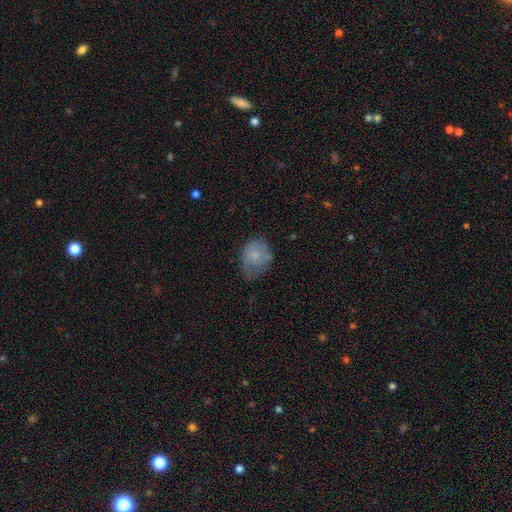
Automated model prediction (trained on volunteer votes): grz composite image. It shows a smooth galaxy with no disk features (73%) that is in between round and cigar-shaped (53%). Merging: none (42%).